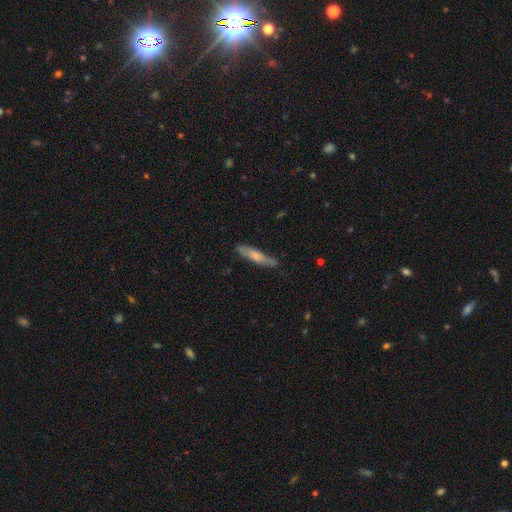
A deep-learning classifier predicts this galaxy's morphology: Overall: smooth (60%; featured or disk 34%). How rounded: cigar-shaped (85%). Merging: none (77%).